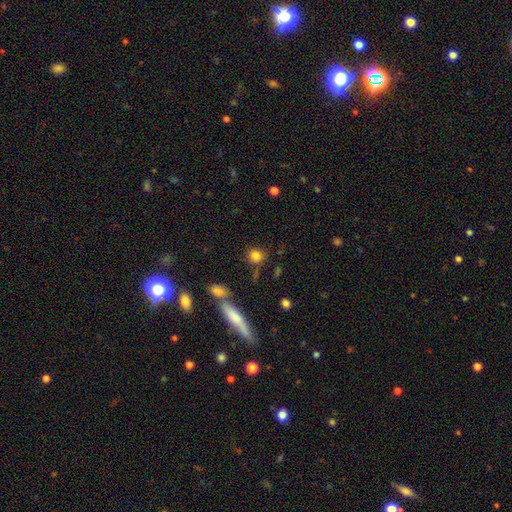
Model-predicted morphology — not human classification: A smooth galaxy with no disk features (83%) that is round (73%). Merging: none (76%).